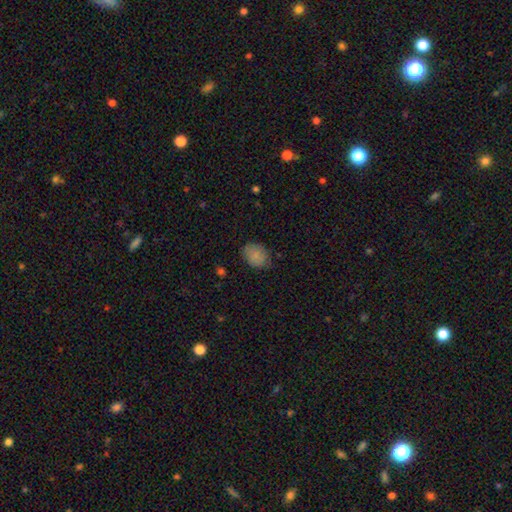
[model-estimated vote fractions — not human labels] This appears to be a smooth galaxy with no disk features (84%) that is in between round and cigar-shaped (65%). Merging: none (74%).